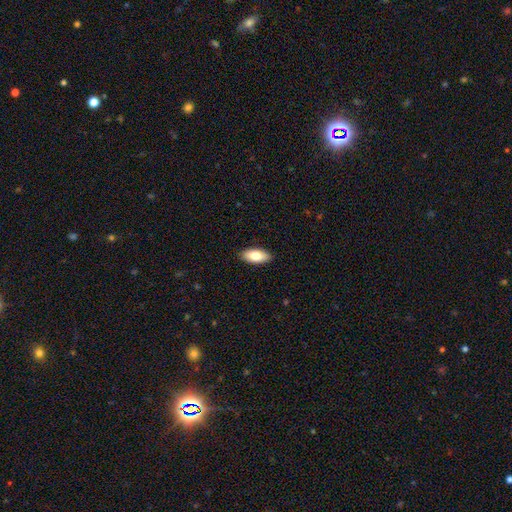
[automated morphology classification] Smooth or featured?
  - smooth: 81% *
  - featured or disk: 13%
  - star or artifact: 6%
How rounded?
  - in between: 90% *
  - cigar-shaped: 7%
  - round: 2%
Merging?
  - none: 90% *
  - minor disturbance: 8%
  - major disturbance: 2%
  - merger: 1%